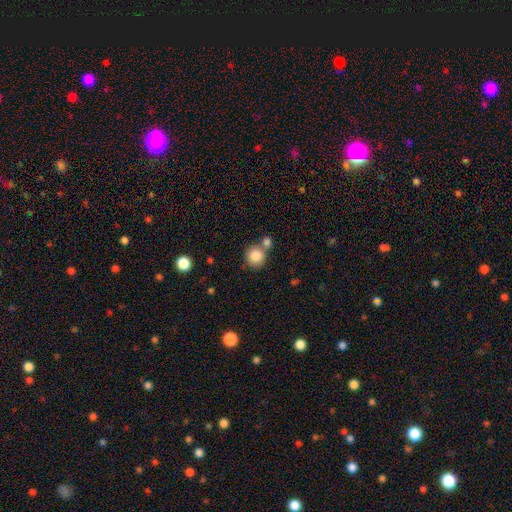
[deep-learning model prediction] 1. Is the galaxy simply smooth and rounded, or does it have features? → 83% smooth, 9% star or artifact, 7% featured or disk.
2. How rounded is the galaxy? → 88% round, 11% in between, 1% cigar-shaped.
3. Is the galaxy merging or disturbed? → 57% none, 30% merger, 9% minor disturbance, 3% major disturbance.